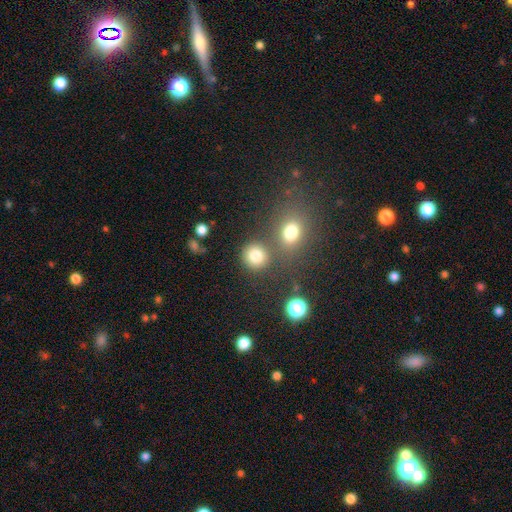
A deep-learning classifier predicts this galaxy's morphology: Smooth or featured? smooth (80%)
How rounded? round (87%)
Merging? none (73%)